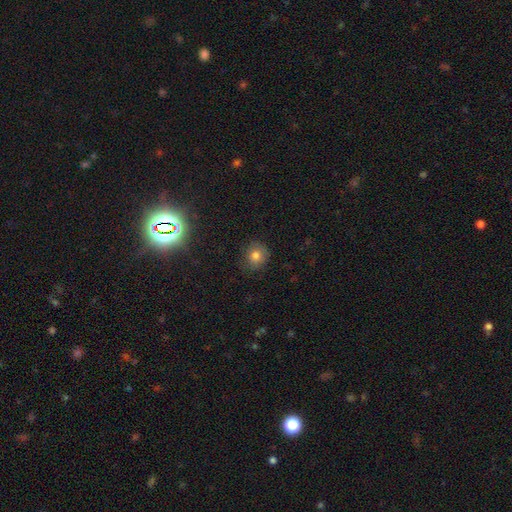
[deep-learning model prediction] Smooth or featured?
  - smooth: 79% *
  - star or artifact: 13%
  - featured or disk: 8%
How rounded?
  - round: 84% *
  - in between: 15%
  - cigar-shaped: 1%
Merging?
  - none: 81% *
  - minor disturbance: 14%
  - major disturbance: 4%
  - merger: 1%